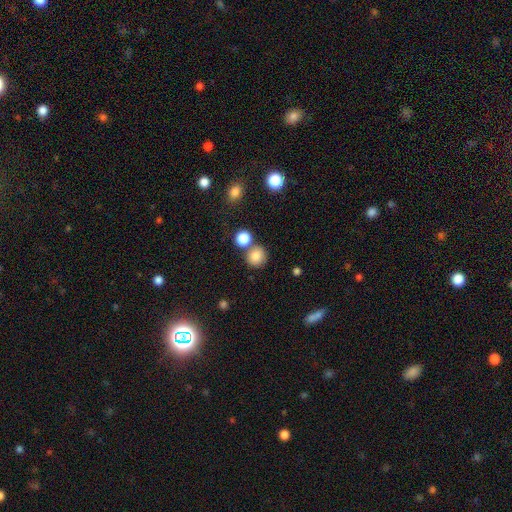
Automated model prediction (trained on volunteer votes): This is clearly a smooth galaxy (83%). How rounded: clearly round (89%). Merging: likely none (70%).